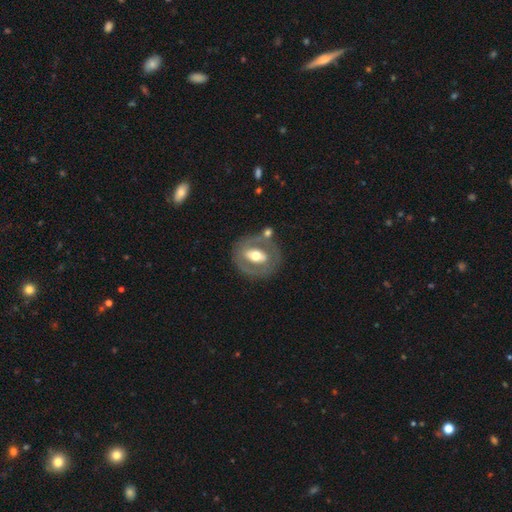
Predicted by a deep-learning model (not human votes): Smooth or featured? Predicted: featured or disk (p=0.62). Edge-on disk? Predicted: no (p=0.92). Bar? Predicted: no (p=0.39). Spiral arms? Predicted: no (p=0.76). Bulge size? Predicted: moderate (p=0.71). Merging? Predicted: none (p=0.66).